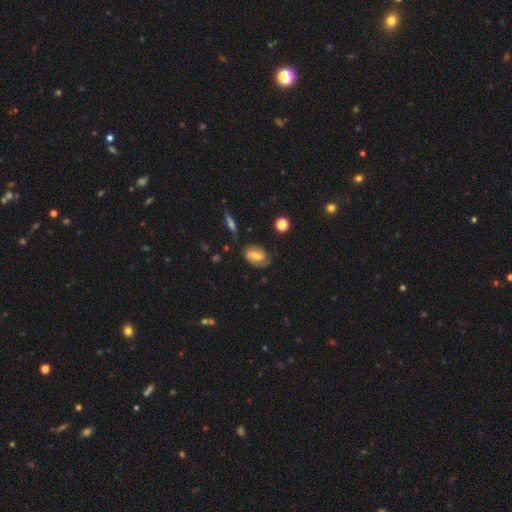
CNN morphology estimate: Smooth or featured? Predicted: featured or disk (p=0.69). Edge-on disk? Predicted: no (p=0.95). Bar? Predicted: weak (p=0.49). Spiral arms? Predicted: yes (p=0.90). Spiral winding? Predicted: tight (p=0.42, tied with medium). Spiral arm count? Predicted: 2 (p=0.77). Bulge size? Predicted: moderate (p=0.55). Merging? Predicted: none (p=0.73).